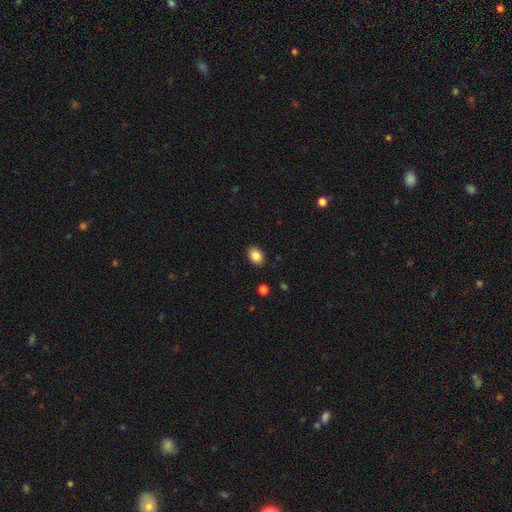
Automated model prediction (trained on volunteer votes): This appears to be a smooth galaxy with no disk features (86%) that is in between round and cigar-shaped (73%). Merging: none (89%).